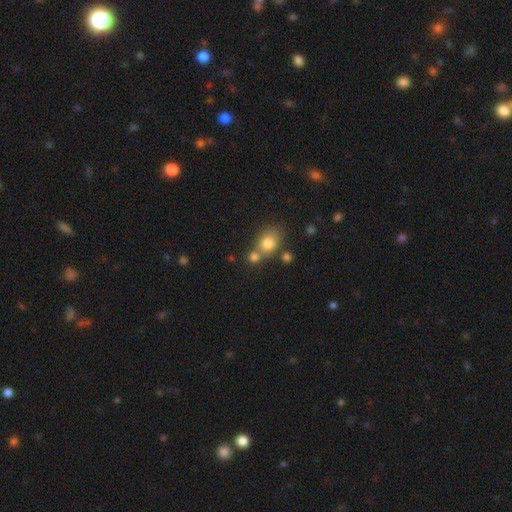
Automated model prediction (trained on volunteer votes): The model was most divided on "how rounded": round: 60%, in between: 39%, cigar-shaped: 1%. More confident: smooth or featured — smooth (75%); merging — none (56%).